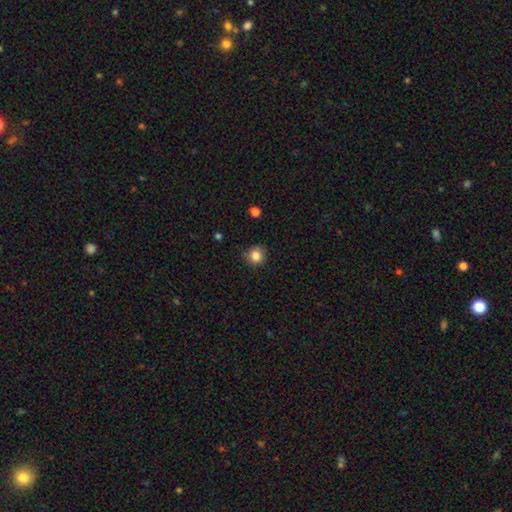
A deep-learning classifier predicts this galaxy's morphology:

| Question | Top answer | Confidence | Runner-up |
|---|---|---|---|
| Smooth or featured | smooth | 85% | star or artifact (10%) |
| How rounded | round | 86% | in between (13%) |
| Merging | none | 81% | minor disturbance (15%) |